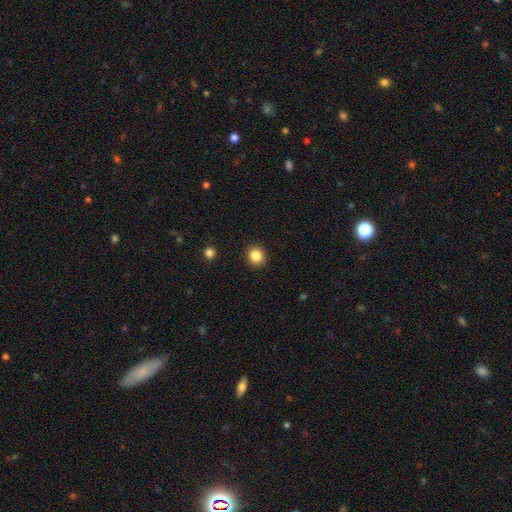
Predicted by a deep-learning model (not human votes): smooth 86%, star or artifact 10%, featured or disk 4%. Down the decision tree: how rounded — round (84%); merging — none (91%).